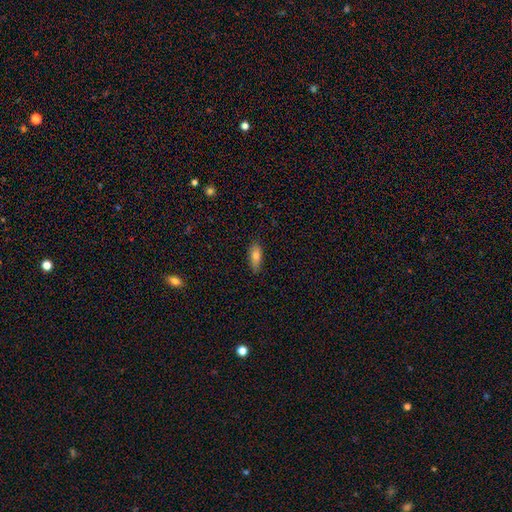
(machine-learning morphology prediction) smooth-or-featured: smooth: 80% | featured or disk: 12% | star or artifact: 8%
  how-rounded: in between: 72% | cigar-shaped: 25% | round: 3%
  merging: none: 82% | minor disturbance: 14% | major disturbance: 2% | merger: 1%